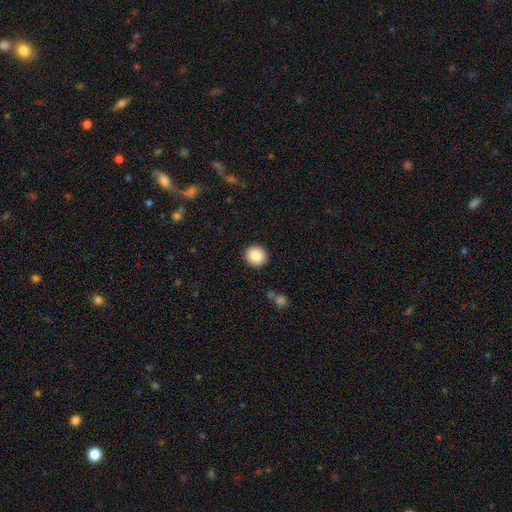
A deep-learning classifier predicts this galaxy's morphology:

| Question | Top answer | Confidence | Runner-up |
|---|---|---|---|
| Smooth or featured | smooth | 88% | star or artifact (8%) |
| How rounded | round | 92% | in between (7%) |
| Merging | none | 92% | minor disturbance (5%) |